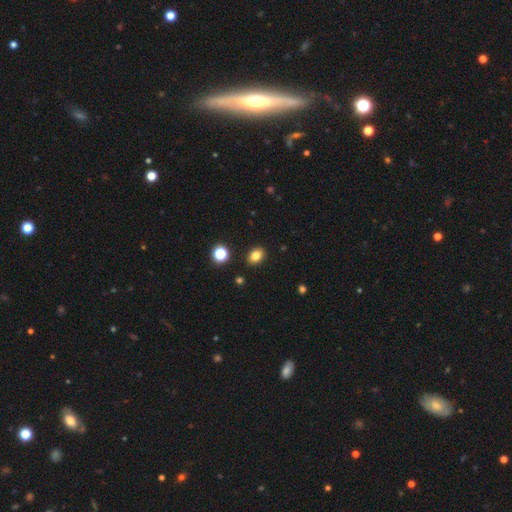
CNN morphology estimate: Smooth or featured: smooth — 82% (star or artifact — 12%)
How rounded: in between — 76% (round — 23%)
Merging: none — 88% (minor disturbance — 8%)